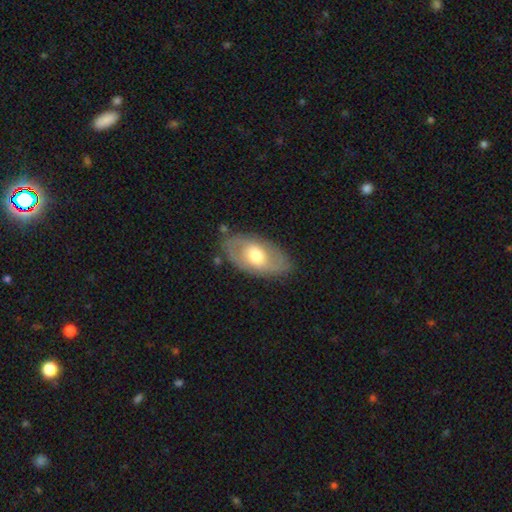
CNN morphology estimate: Smooth or featured? Predicted: featured or disk (p=0.53). Edge-on disk? Predicted: no (p=0.90). Merging? Predicted: none (p=0.78).